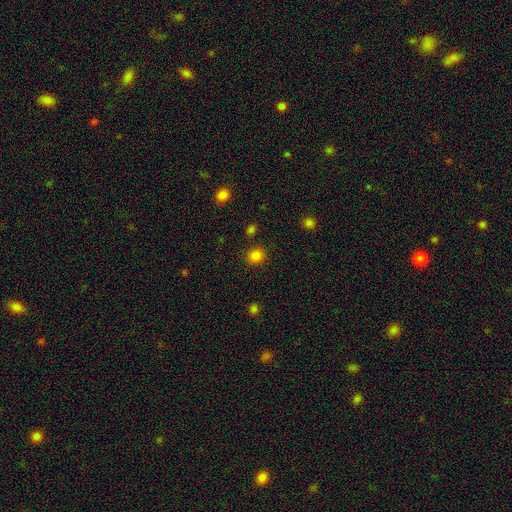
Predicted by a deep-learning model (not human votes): Smooth or featured?
  - smooth: 83% *
  - star or artifact: 13%
  - featured or disk: 4%
How rounded?
  - round: 81% *
  - in between: 18%
  - cigar-shaped: 1%
Merging?
  - none: 86% *
  - minor disturbance: 8%
  - merger: 3%
  - major disturbance: 3%